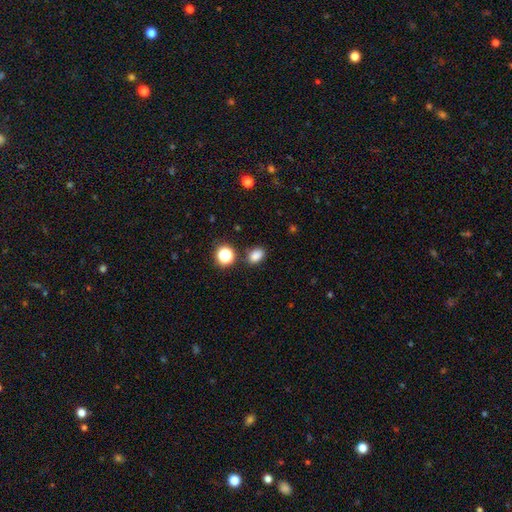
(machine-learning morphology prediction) Smooth or featured? smooth (83%)
How rounded? in between (74%)
Merging? none (83%)